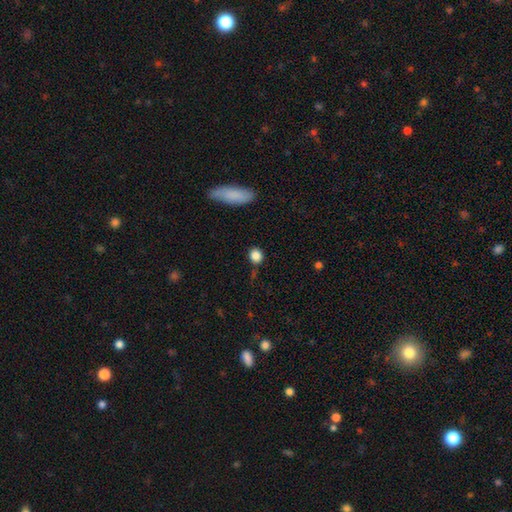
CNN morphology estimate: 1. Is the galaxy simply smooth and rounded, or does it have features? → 85% smooth, 10% star or artifact, 5% featured or disk.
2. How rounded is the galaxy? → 74% round, 24% in between, 2% cigar-shaped.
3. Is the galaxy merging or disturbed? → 76% none, 15% minor disturbance, 5% merger, 4% major disturbance.